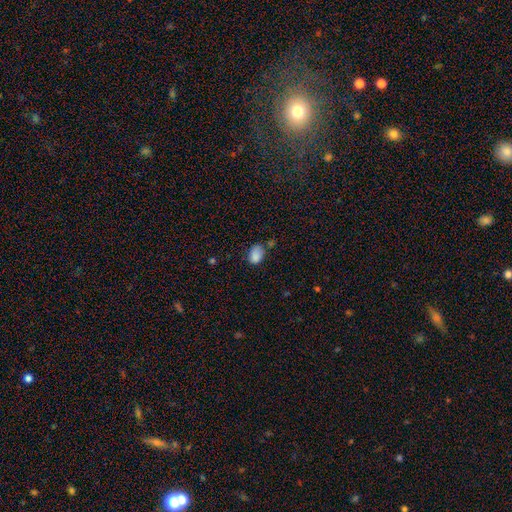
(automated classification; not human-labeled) Smooth or featured? Predicted: smooth (p=0.85). How rounded? Predicted: in between (p=0.78). Merging? Predicted: none (p=0.54).